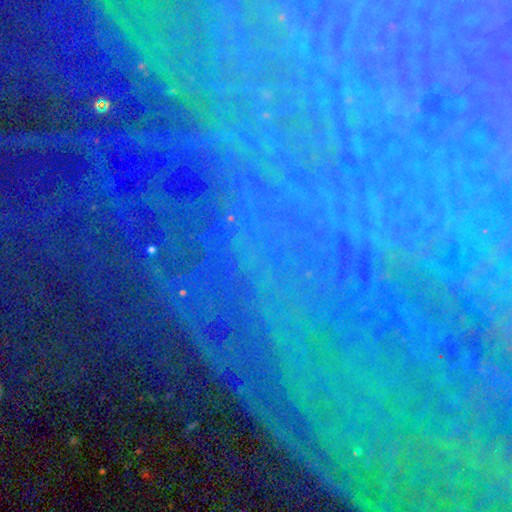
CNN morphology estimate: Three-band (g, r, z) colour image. It shows a star or artifact, not a galaxy (84%).